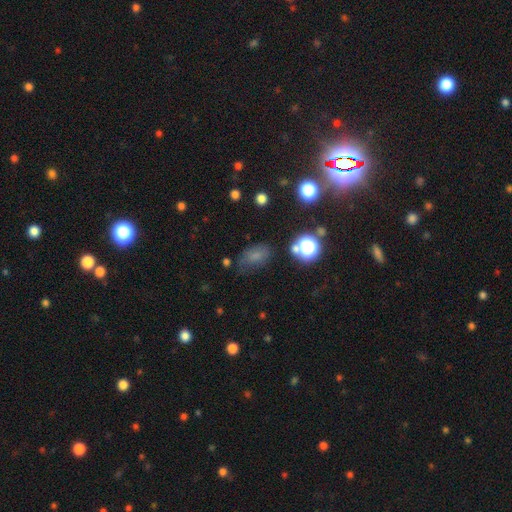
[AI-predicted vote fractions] Smooth or featured?
  - smooth: 66% *
  - star or artifact: 22%
  - featured or disk: 12%
How rounded?
  - in between: 81% *
  - round: 16%
  - cigar-shaped: 3%
Merging?
  - none: 60% *
  - minor disturbance: 25%
  - major disturbance: 10%
  - merger: 4%